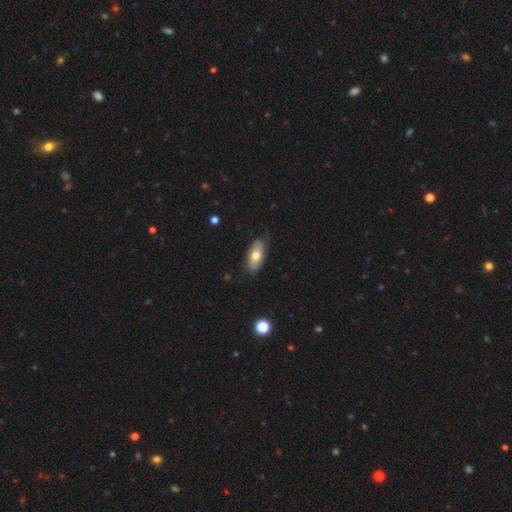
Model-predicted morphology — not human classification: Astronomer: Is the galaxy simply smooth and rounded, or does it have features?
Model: smooth — 70%.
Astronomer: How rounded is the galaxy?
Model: in between — 90%.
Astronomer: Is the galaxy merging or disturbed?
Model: none — 77%.